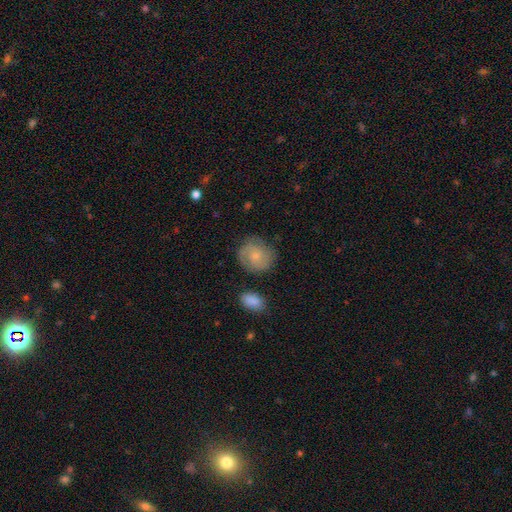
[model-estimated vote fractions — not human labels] Smooth or featured: smooth — 54% (featured or disk — 39%)
How rounded: round — 79% (in between — 20%)
Merging: none — 74% (minor disturbance — 18%)